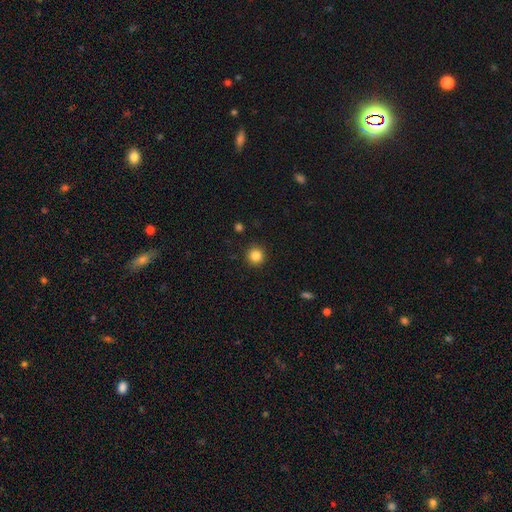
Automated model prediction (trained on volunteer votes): This is clearly a smooth galaxy (85%). How rounded: clearly round (95%). Merging: clearly none (91%).